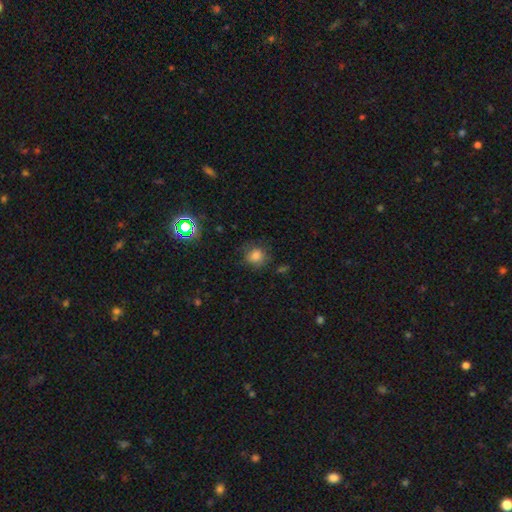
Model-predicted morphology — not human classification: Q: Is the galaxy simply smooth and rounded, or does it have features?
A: smooth — 71%.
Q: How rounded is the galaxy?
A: round — 87%.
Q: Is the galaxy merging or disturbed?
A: none — 72%.